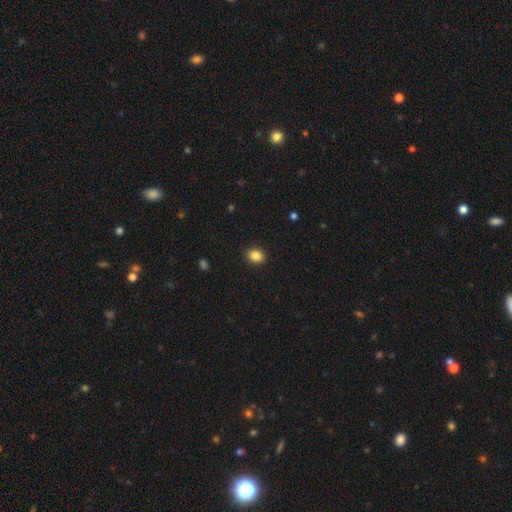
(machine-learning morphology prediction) Smooth or featured?
  - smooth: 86% *
  - star or artifact: 10%
  - featured or disk: 5%
How rounded?
  - round: 53% *
  - in between: 46%
  - cigar-shaped: 1%
Merging?
  - none: 90% *
  - minor disturbance: 7%
  - major disturbance: 2%
  - merger: 1%